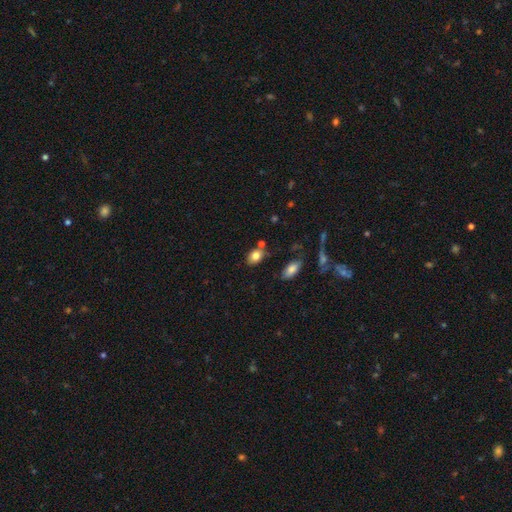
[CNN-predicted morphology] Q: Smooth or featured?
A: smooth (80%); runner-up: featured or disk (11%)
Q: How rounded?
A: in between (73%); runner-up: round (25%)
Q: Merging?
A: none (66%); runner-up: minor disturbance (18%)